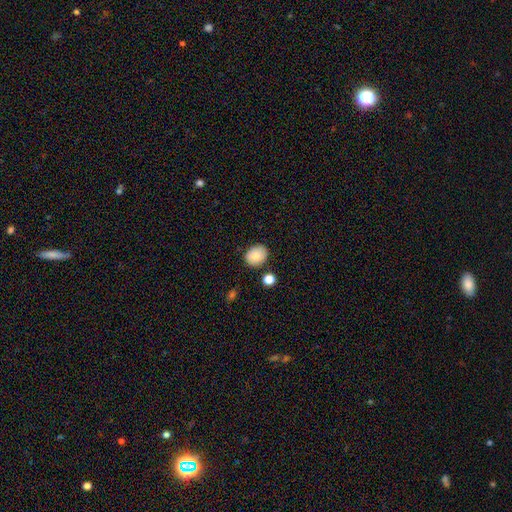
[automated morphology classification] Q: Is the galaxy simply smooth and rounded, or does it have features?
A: smooth — 85%.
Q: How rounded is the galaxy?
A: in between — 56%.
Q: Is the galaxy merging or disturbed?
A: none — 81%.